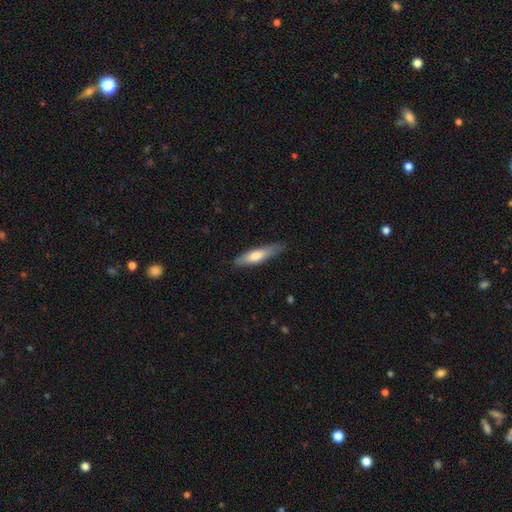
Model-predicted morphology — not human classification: smooth 65%, featured or disk 30%, star or artifact 5%. Down the decision tree: how rounded — cigar-shaped (75%); merging — none (78%).